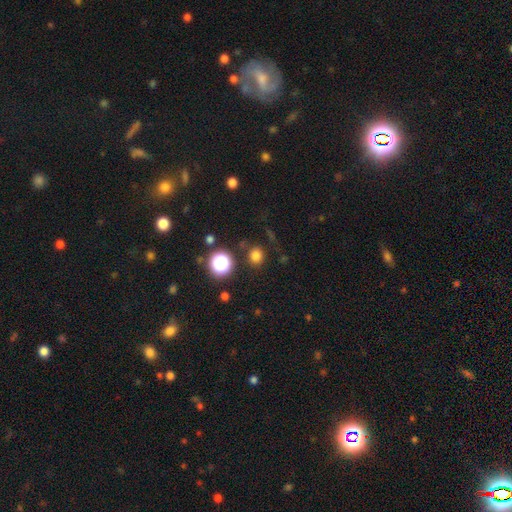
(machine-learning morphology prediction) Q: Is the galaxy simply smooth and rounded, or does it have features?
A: smooth — 76%.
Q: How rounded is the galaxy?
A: round — 81%.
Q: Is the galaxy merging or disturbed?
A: none — 85%.